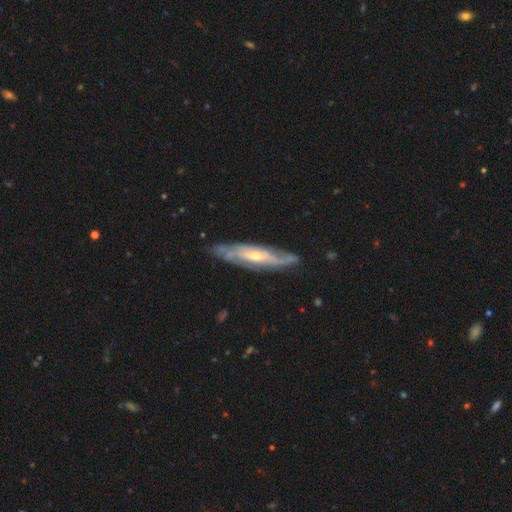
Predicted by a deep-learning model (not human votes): This appears to be a featured or disk galaxy (81%) with no bar (47%), spiral arms (90%) and a small central bulge (49%). Merging: none (76%).